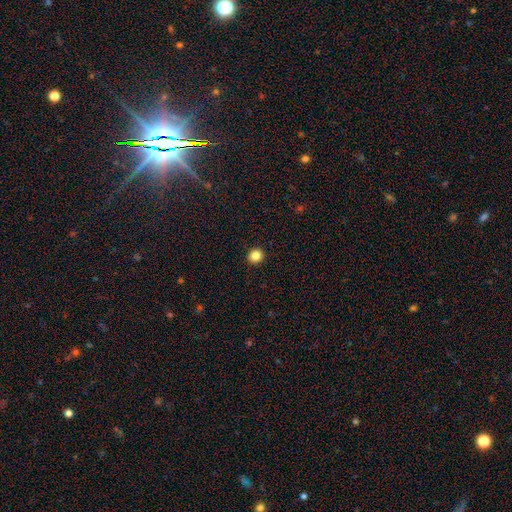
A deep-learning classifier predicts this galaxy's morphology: The model was most divided on "smooth or featured": smooth: 85%, star or artifact: 11%, featured or disk: 4%. More confident: merging — none (93%); how rounded — round (87%).